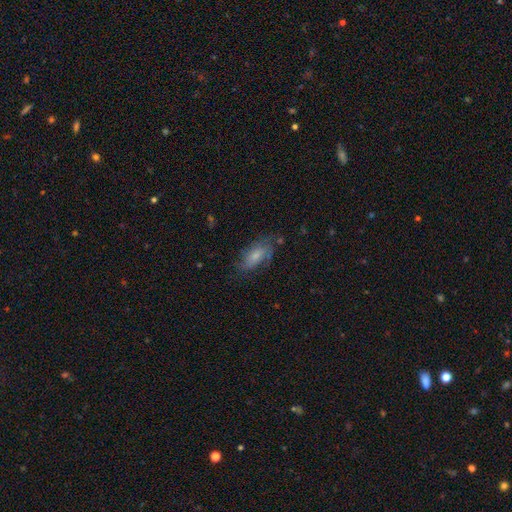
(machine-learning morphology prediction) Q: Smooth or featured?
A: smooth (58%); runner-up: featured or disk (34%)
Q: How rounded?
A: in between (84%); runner-up: cigar-shaped (12%)
Q: Merging?
A: none (63%); runner-up: minor disturbance (24%)